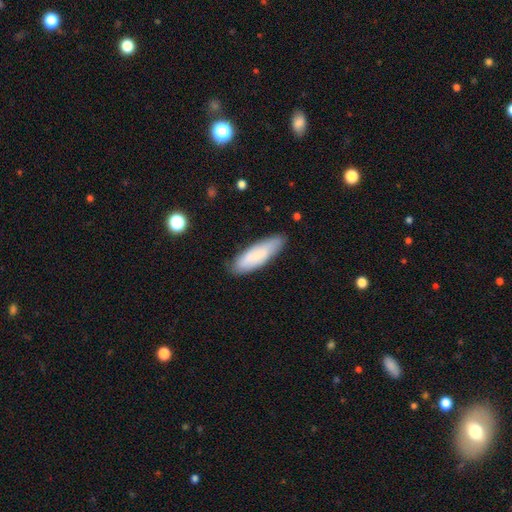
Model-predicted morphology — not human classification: Smooth or featured? smooth (76%)
How rounded? cigar-shaped (51%)
Merging? none (82%)